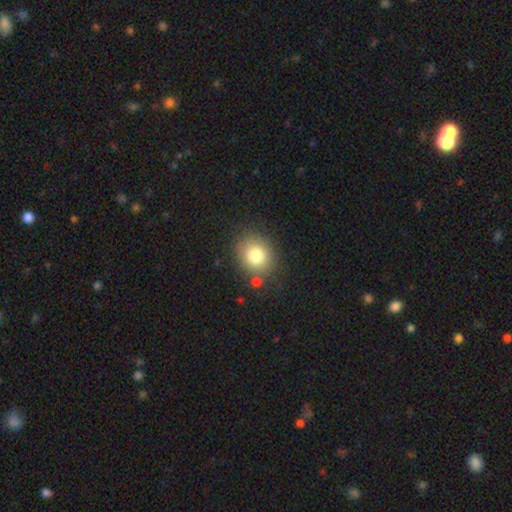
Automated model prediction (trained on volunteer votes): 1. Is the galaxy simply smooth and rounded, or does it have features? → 80% smooth, 11% star or artifact, 10% featured or disk.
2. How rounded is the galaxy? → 71% round, 28% in between, 1% cigar-shaped.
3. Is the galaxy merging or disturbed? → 80% none, 11% minor disturbance, 6% merger, 4% major disturbance.